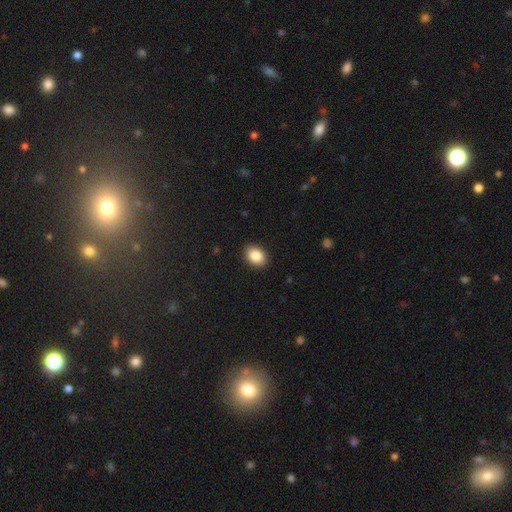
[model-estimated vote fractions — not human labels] Morphology: type=smooth (88%); roundness=in between (65%); merging=none (90%).